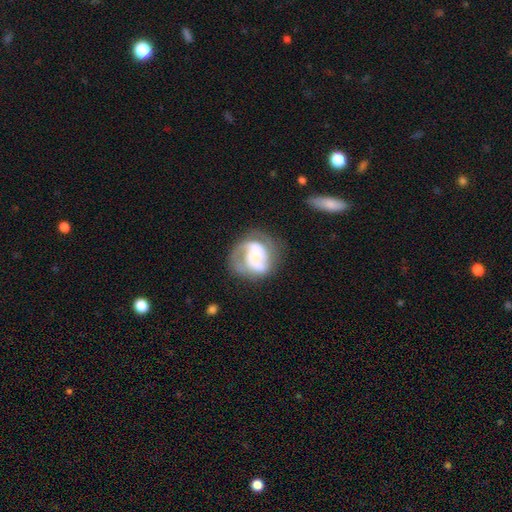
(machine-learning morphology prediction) Smooth or featured?
  - featured or disk: 71% *
  - smooth: 23%
  - star or artifact: 7%
Edge-on disk?
  - no: 98% *
  - yes: 2%
Bar?
  - no: 67% *
  - weak: 25%
  - strong: 8%
Spiral arms?
  - yes: 84% *
  - no: 16%
Spiral winding?
  - medium: 41% *
  - tight: 39%
  - loose: 20%
Spiral arm count?
  - 2: 51% *
  - 1: 18%
  - can't tell: 17%
  - 3: 9%
  - 4: 2%
  - more than 4: 2%
Bulge size?
  - small: 38% *
  - moderate: 31%
  - large: 16%
  - none: 10%
  - dominant: 4%
Merging?
  - none: 50% *
  - major disturbance: 23%
  - minor disturbance: 22%
  - merger: 5%